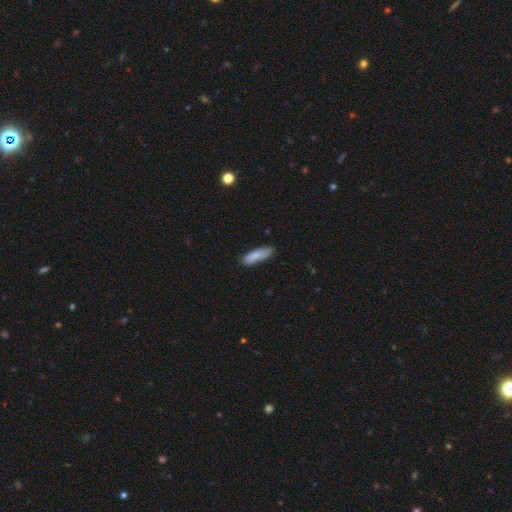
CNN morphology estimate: Smooth or featured? Predicted: smooth (p=0.84). How rounded? Predicted: cigar-shaped (p=0.53). Merging? Predicted: none (p=0.77).